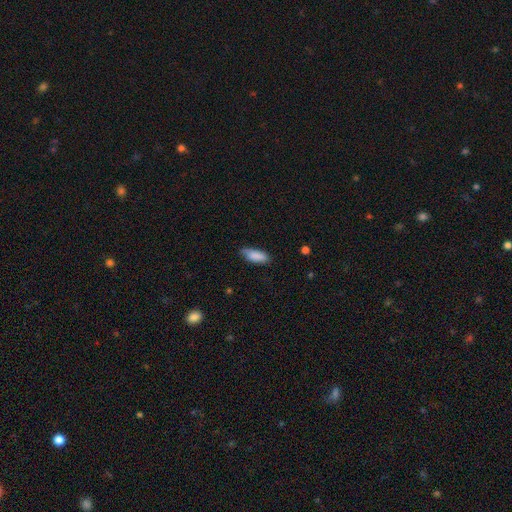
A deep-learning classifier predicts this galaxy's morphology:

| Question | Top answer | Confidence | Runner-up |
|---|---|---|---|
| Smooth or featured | smooth | 85% | featured or disk (8%) |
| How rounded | in between | 71% | cigar-shaped (27%) |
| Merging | none | 69% | minor disturbance (26%) |